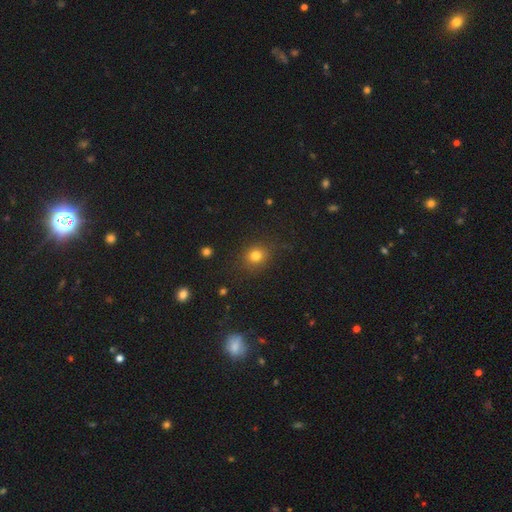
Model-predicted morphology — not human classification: Smooth or featured? Predicted: smooth (p=0.78). How rounded? Predicted: round (p=0.77). Merging? Predicted: none (p=0.85).